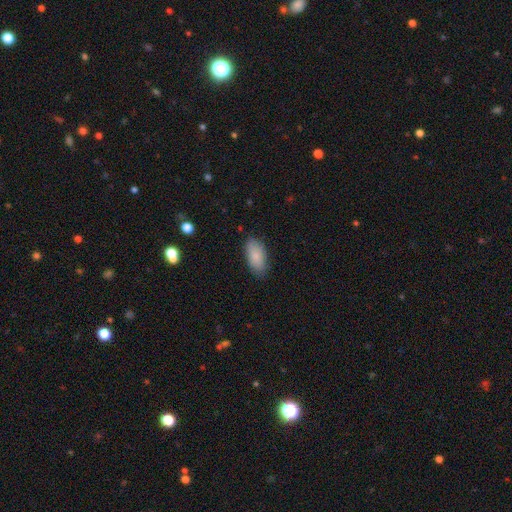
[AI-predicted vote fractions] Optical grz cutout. It shows a smooth galaxy with no disk features (86%) that is in between round and cigar-shaped (92%). Merging: none (82%).